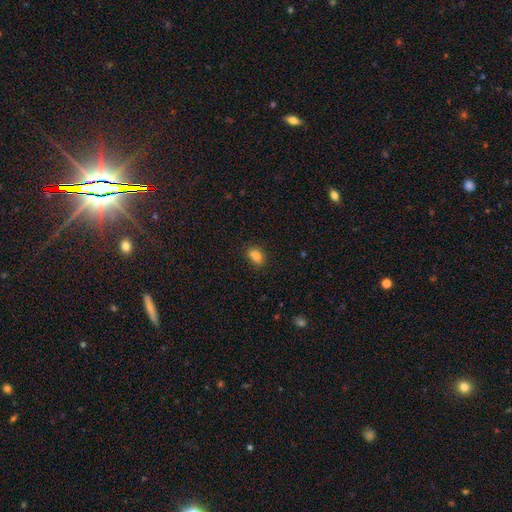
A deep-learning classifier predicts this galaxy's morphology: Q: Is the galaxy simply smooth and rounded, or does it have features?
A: smooth — 85%.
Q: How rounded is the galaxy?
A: in between — 85%.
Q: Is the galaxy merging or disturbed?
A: none — 84%.